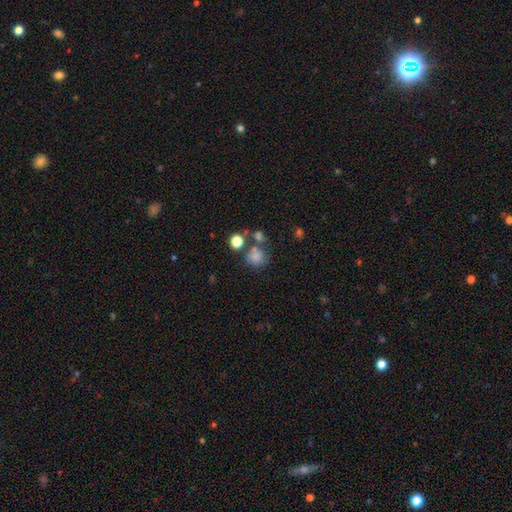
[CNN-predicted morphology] smooth 78%, star or artifact 14%, featured or disk 8%. Down the decision tree: how rounded — round (86%); merging — none (62%).